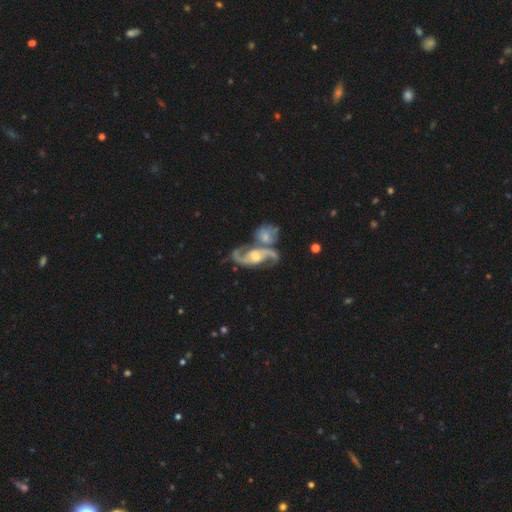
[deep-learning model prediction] Smooth or featured: featured or disk — 90% (smooth — 5%)
Edge-on disk: no — 96% (yes — 4%)
Bar: no — 43% (weak — 42%)
Spiral arms: yes — 97% (no — 3%)
Spiral winding: loose — 49% (medium — 42%)
Spiral arm count: 2 — 93% (can't tell — 2%)
Bulge size: moderate — 54% (small — 27%)
Merging: merger — 46% (none — 35%)